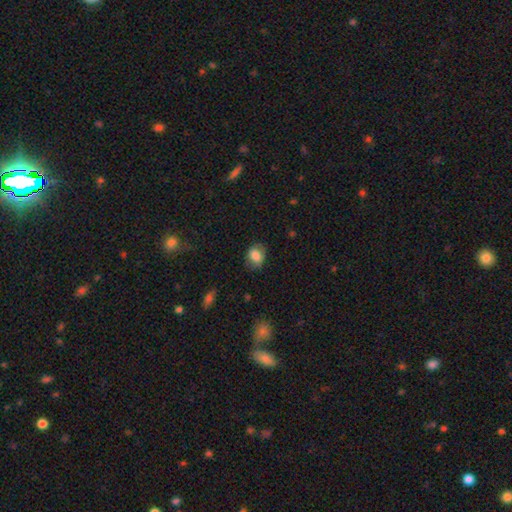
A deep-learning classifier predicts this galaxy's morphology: smooth-or-featured: smooth: 80% | featured or disk: 12% | star or artifact: 9%
  how-rounded: in between: 58% | round: 41% | cigar-shaped: 1%
  merging: none: 74% | minor disturbance: 19% | major disturbance: 6% | merger: 1%